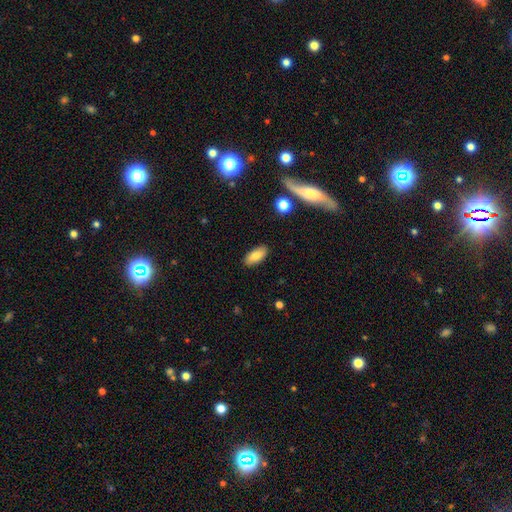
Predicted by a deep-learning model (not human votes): Smooth or featured? smooth (81%)
How rounded? in between (87%)
Merging? none (88%)